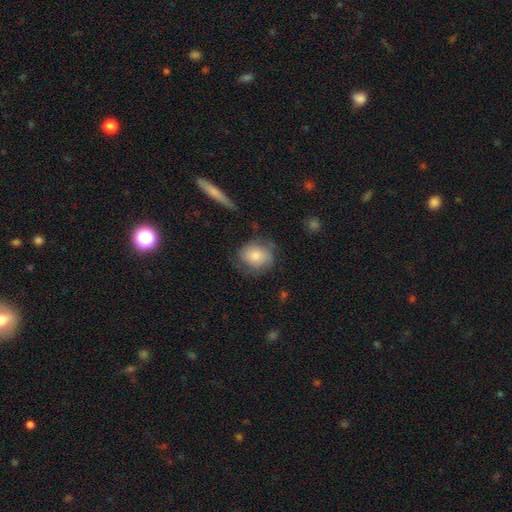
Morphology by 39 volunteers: smooth-or-featured: smooth: 56% | featured or disk: 41% | star or artifact: 3%
  how-rounded: round: 64% | in between: 36% | cigar-shaped: 0%
  merging: none: 58% | major disturbance: 21% | minor disturbance: 18% | merger: 3%